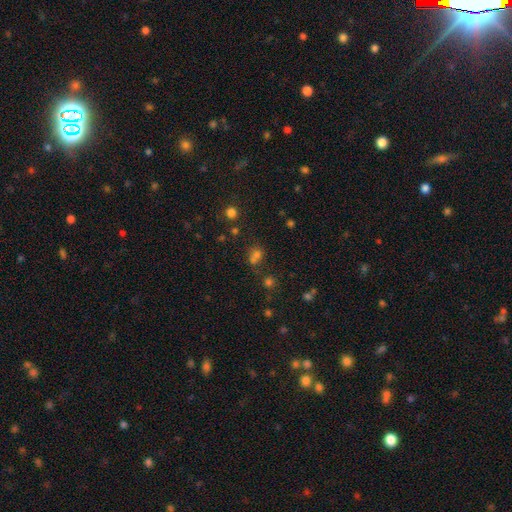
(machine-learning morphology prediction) Smooth or featured? Predicted: smooth (p=0.61). How rounded? Predicted: round (p=0.65). Merging? Predicted: none (p=0.49).